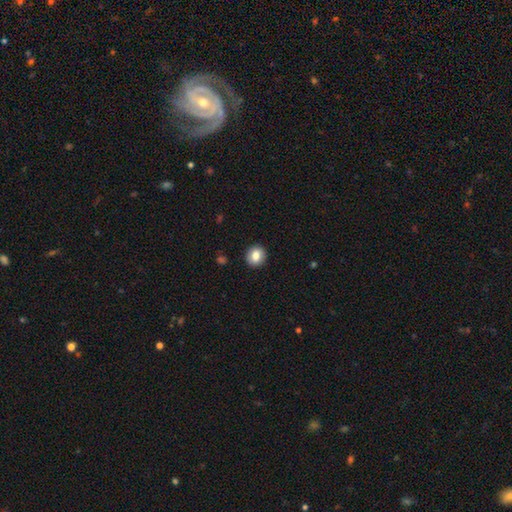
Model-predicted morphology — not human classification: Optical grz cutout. It shows a smooth galaxy with no disk features (81%) that is round (84%). Merging: none (91%).